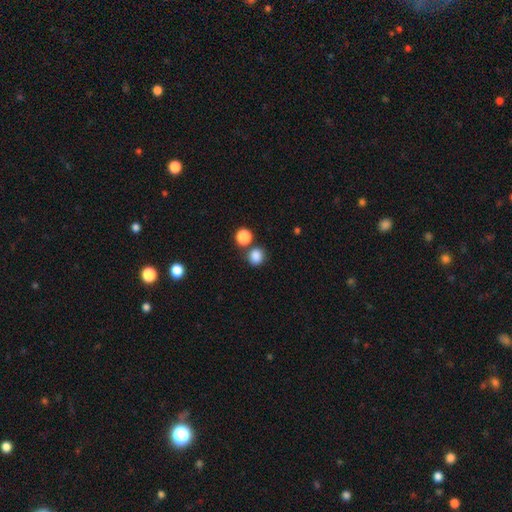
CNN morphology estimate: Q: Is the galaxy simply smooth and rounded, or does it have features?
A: smooth — 85%.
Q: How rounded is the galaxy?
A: round — 78%.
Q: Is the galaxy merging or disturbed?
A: none — 69%.